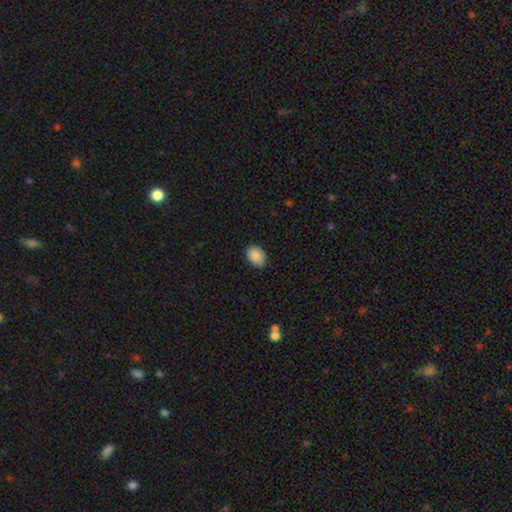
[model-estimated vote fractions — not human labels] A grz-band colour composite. It shows a smooth galaxy with no disk features (90%) that is in between round and cigar-shaped (77%). Merging: none (88%).